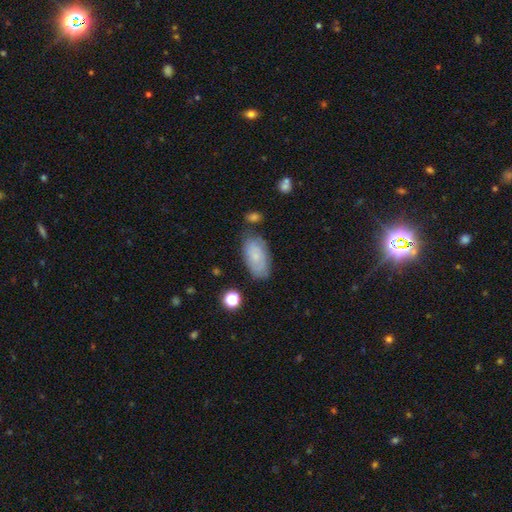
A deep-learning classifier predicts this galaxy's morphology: Smooth or featured: smooth — 56% (featured or disk — 36%)
How rounded: in between — 92% (round — 4%)
Merging: none — 70% (minor disturbance — 20%)